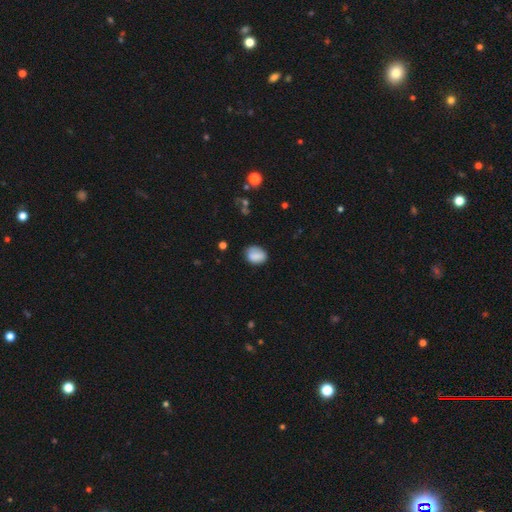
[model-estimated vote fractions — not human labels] smooth 84%, featured or disk 8%, star or artifact 8%. Down the decision tree: how rounded — in between (62%); merging — none (73%).